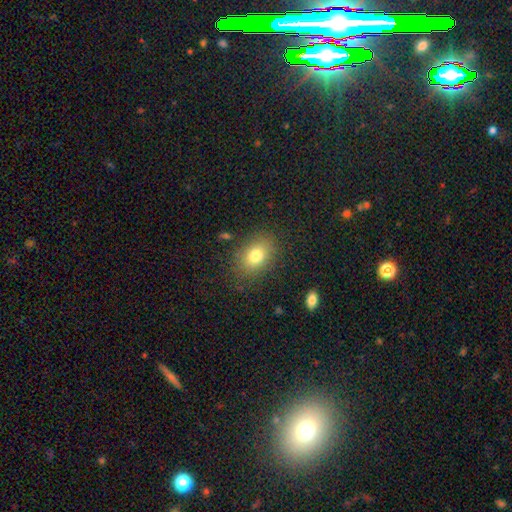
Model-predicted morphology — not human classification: Smooth or featured? smooth (78%)
How rounded? in between (72%)
Merging? none (81%)